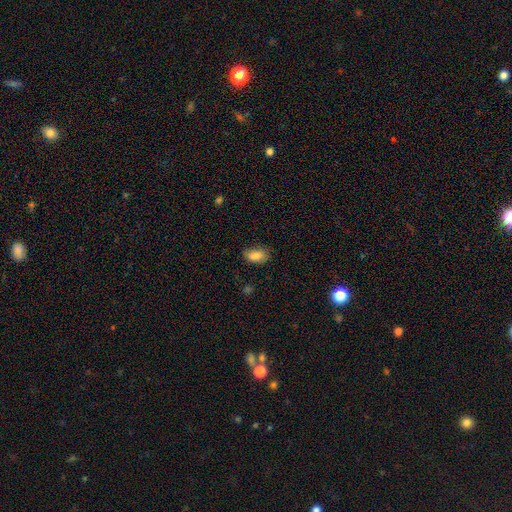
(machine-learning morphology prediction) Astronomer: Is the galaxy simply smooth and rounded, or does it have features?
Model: smooth — 85%.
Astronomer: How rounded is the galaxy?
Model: in between — 91%.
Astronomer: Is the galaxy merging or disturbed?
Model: none — 74%.